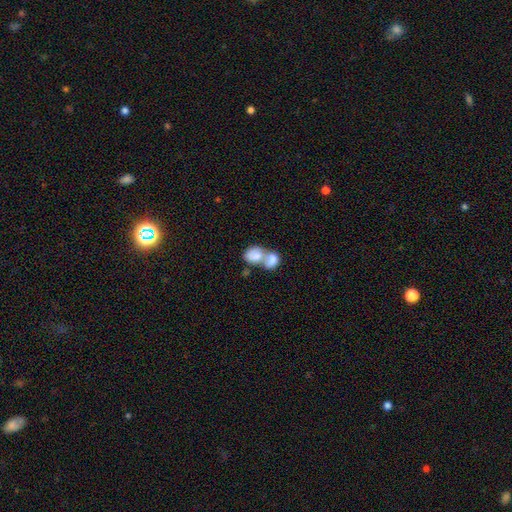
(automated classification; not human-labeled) Overall: smooth (79%). How rounded: in between (70%). Merging: merger (79%).